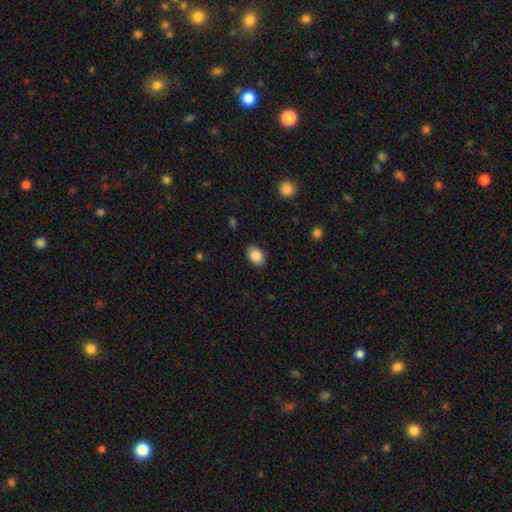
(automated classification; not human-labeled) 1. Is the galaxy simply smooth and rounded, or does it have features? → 88% smooth, 7% star or artifact, 5% featured or disk.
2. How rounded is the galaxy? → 78% in between, 21% round, 1% cigar-shaped.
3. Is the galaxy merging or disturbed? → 86% none, 11% minor disturbance, 2% major disturbance, 1% merger.